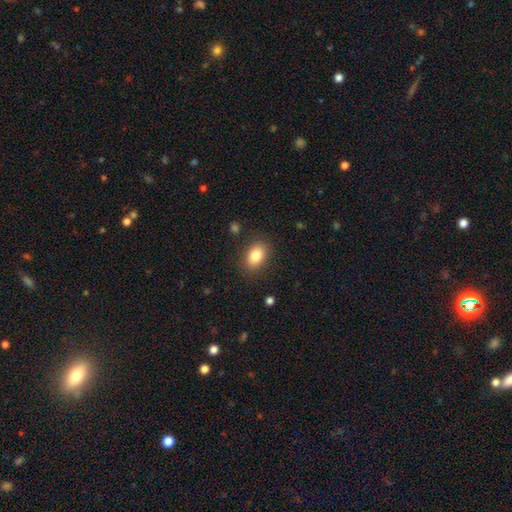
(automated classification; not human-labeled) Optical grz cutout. It shows a smooth galaxy with no disk features (84%) that is in between round and cigar-shaped (82%). Merging: none (86%).